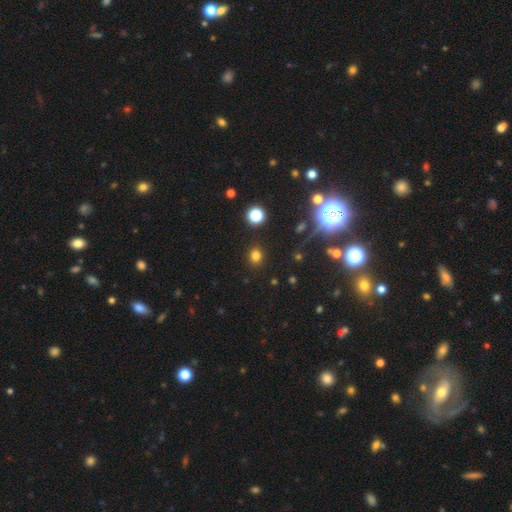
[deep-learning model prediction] A smooth galaxy with no disk features (75%) that is round (67%).

Vote fractions:
- Smooth or featured? smooth: 75% / star or artifact: 19% / featured or disk: 6%
- How rounded? round: 67% / in between: 32% / cigar-shaped: 1%
- Merging? none: 87% / minor disturbance: 8% / major disturbance: 3% / merger: 2%